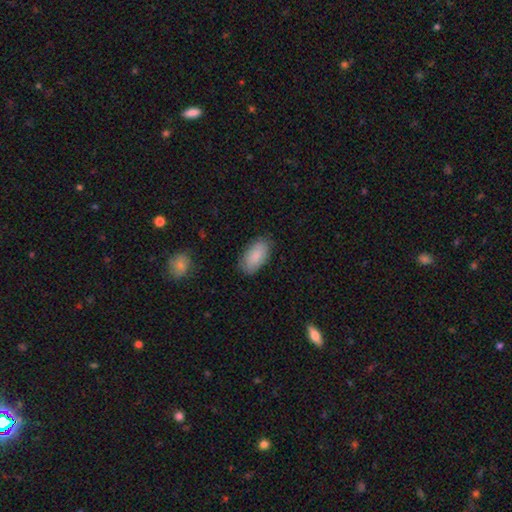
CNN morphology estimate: This appears to be a smooth galaxy with no disk features (87%) that is in between round and cigar-shaped (94%). Merging: none (83%).